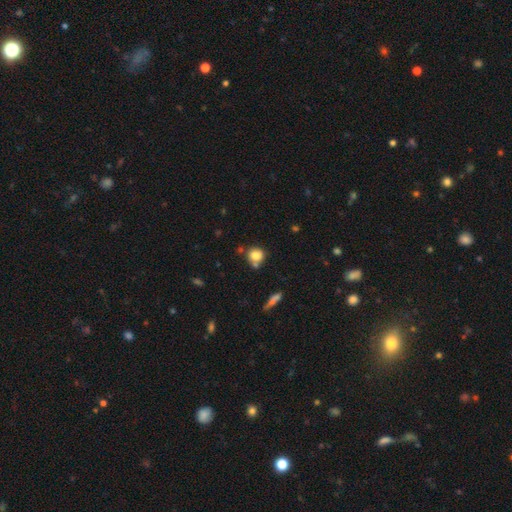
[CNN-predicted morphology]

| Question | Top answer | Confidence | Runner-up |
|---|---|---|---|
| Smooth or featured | smooth | 80% | star or artifact (10%) |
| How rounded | round | 82% | in between (17%) |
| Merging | none | 58% | merger (21%) |